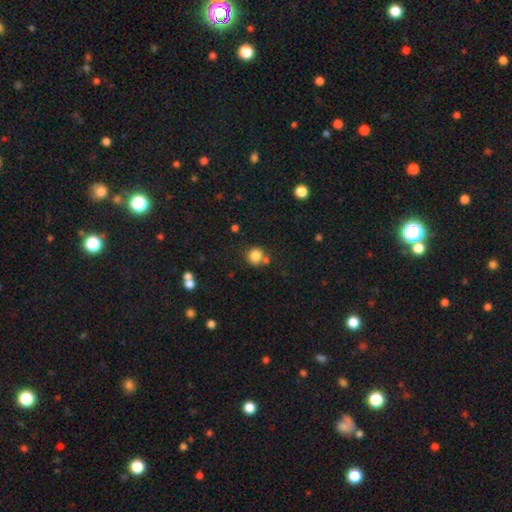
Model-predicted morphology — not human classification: smooth 83%, star or artifact 11%, featured or disk 6%. Down the decision tree: how rounded — round (87%); merging — none (64%).